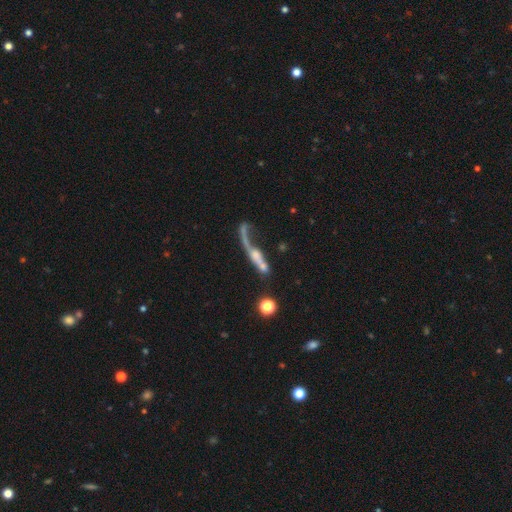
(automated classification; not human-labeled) This is likely a featured or disk galaxy (66%). It is possibly viewed edge-on (56%). Merging: marginally major disturbance (31%).